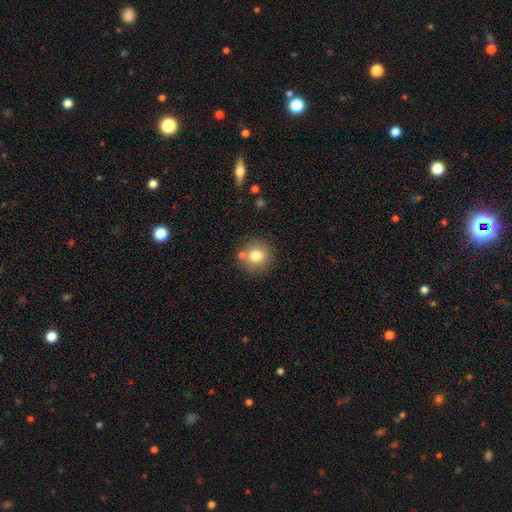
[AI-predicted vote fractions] The model was most divided on "merging": none: 77%, merger: 11%, minor disturbance: 9%, major disturbance: 3%. More confident: how rounded — round (92%); smooth or featured — smooth (78%).